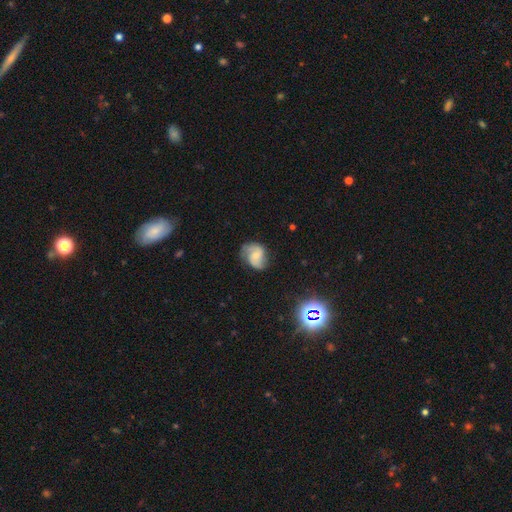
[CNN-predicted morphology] Overall: featured or disk (70%). Edge-on disk: no (98%). Bar: no (55%; weak 37%). Spiral arms: yes (94%). Spiral arm count: 2 (85%). Spiral winding: medium (47%; loose 34%). Bulge size: small (48%; moderate 31%). Merging: none (68%).